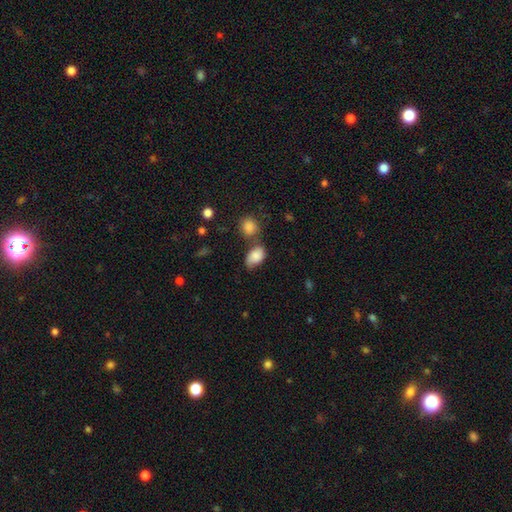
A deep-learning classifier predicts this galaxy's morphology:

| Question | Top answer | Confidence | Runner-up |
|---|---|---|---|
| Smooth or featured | smooth | 82% | featured or disk (10%) |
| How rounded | in between | 88% | round (11%) |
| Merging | none | 44% | merger (24%) |